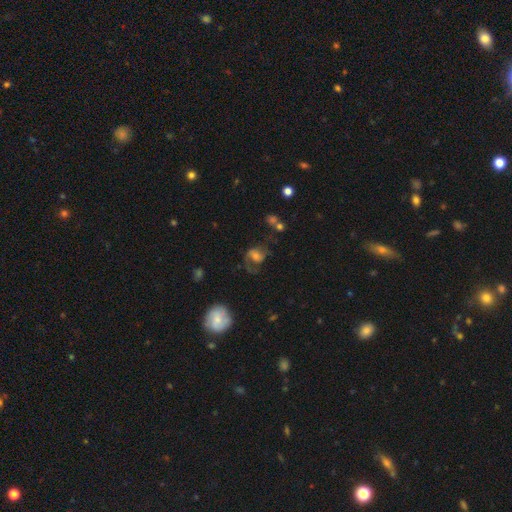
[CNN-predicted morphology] smooth_or_featured: featured or disk (p=0.54) [alt: smooth p=0.33]
disk_edge_on: no (p=0.97) [alt: yes p=0.03]
bar: no (p=0.49) [alt: weak p=0.38]
has_spiral_arms: yes (p=0.80) [alt: no p=0.20]
bulge_size: moderate (p=0.44) [alt: small p=0.34]
merging: none (p=0.42) [alt: major disturbance p=0.34]